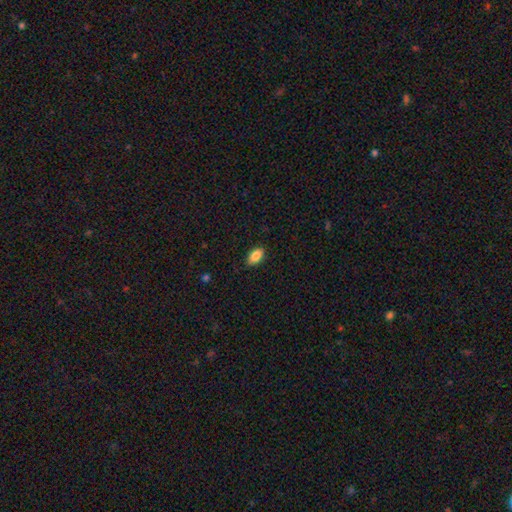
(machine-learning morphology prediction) Smooth or featured? Predicted: smooth (p=0.85). How rounded? Predicted: in between (p=0.91). Merging? Predicted: none (p=0.84).